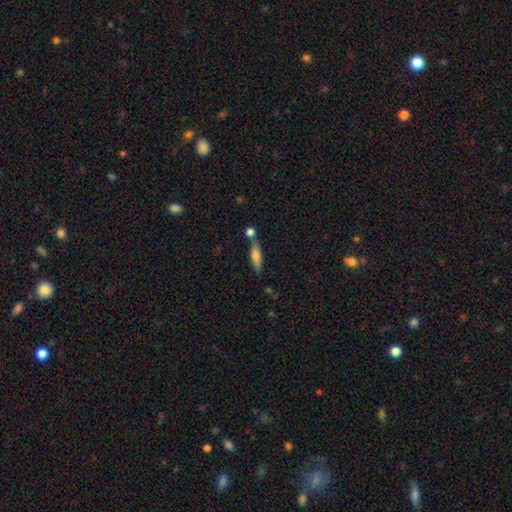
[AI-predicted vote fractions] A smooth galaxy with no disk features (61%) that is cigar-shaped (65%).

Vote fractions:
- Smooth or featured? smooth: 61% / featured or disk: 31% / star or artifact: 7%
- How rounded? cigar-shaped: 65% / in between: 32% / round: 3%
- Merging? none: 62% / merger: 21% / minor disturbance: 14% / major disturbance: 4%